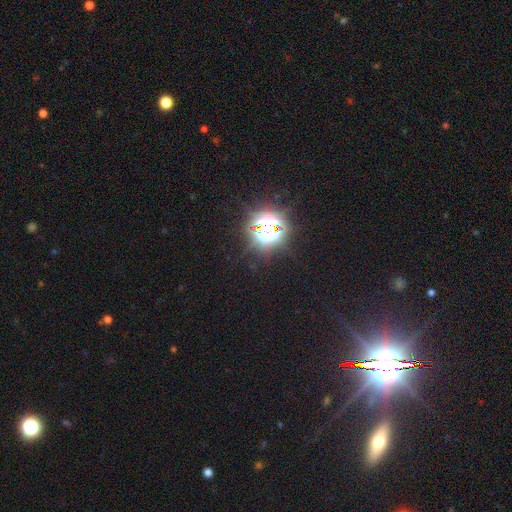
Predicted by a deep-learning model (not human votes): Smooth or featured: star or artifact — 84% (smooth — 9%)